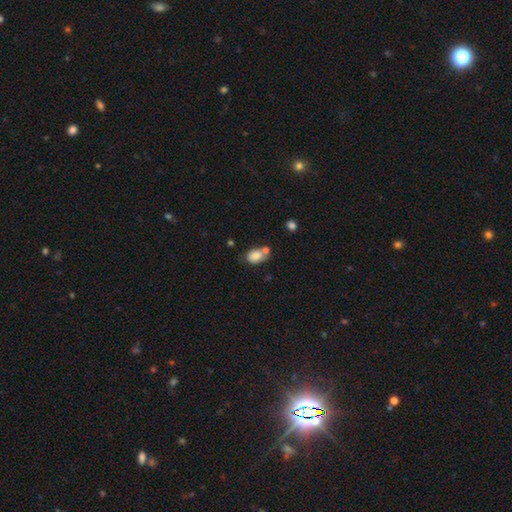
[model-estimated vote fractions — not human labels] smooth-or-featured: smooth: 81% | featured or disk: 10% | star or artifact: 9%
  how-rounded: in between: 77% | round: 21% | cigar-shaped: 1%
  merging: none: 44% | merger: 31% | minor disturbance: 19% | major disturbance: 6%